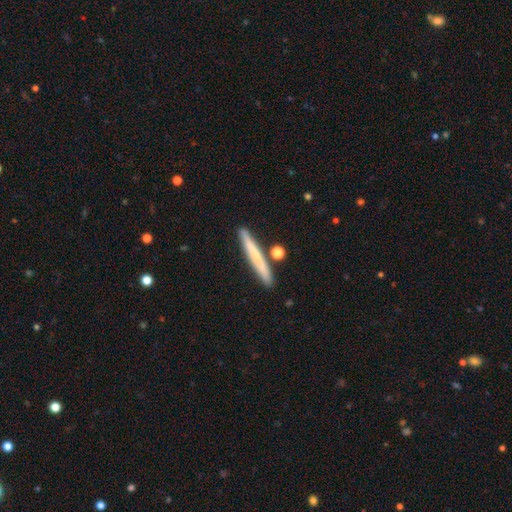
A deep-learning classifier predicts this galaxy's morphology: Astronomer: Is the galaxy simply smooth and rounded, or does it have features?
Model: smooth — 64%.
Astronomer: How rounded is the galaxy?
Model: cigar-shaped — 96%.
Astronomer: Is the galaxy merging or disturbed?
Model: none — 86%.